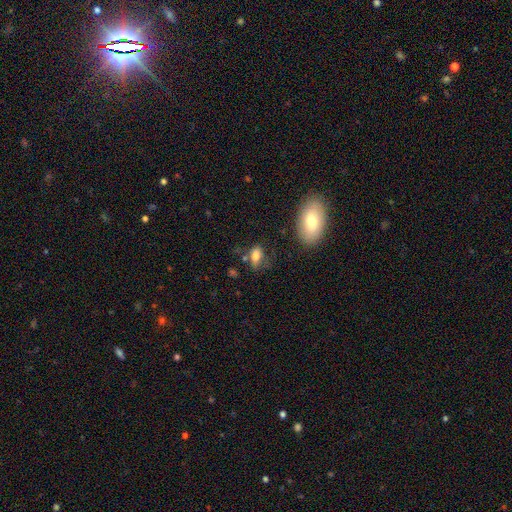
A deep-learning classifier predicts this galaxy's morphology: Smooth or featured? Predicted: smooth (p=0.76). How rounded? Predicted: in between (p=0.84). Merging? Predicted: none (p=0.60).